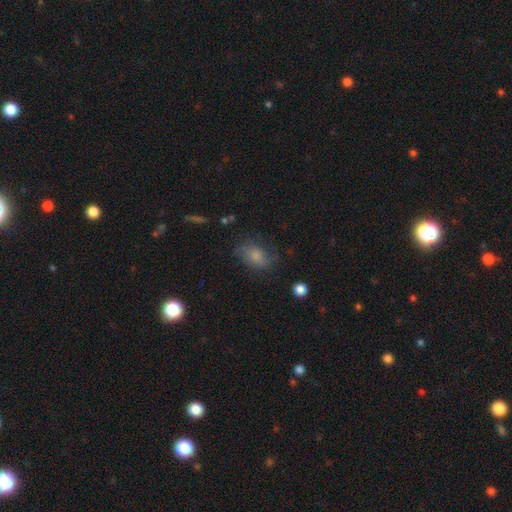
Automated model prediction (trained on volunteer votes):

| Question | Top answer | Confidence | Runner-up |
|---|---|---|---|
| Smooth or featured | smooth | 64% | featured or disk (25%) |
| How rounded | in between | 76% | round (22%) |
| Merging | none | 62% | minor disturbance (24%) |